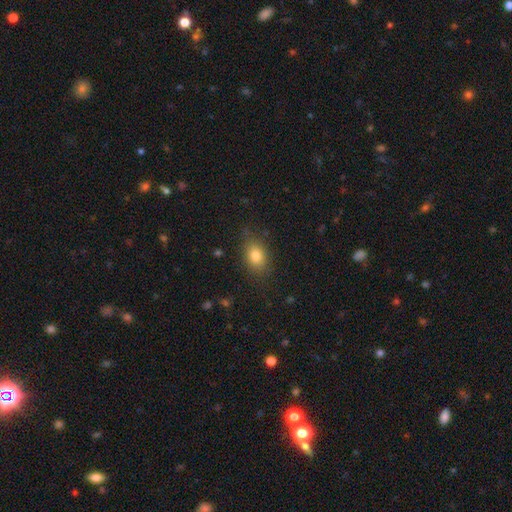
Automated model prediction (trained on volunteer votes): smooth-or-featured: smooth: 81% | star or artifact: 10% | featured or disk: 9%
  how-rounded: in between: 74% | round: 24% | cigar-shaped: 2%
  merging: none: 79% | minor disturbance: 15% | major disturbance: 4% | merger: 1%